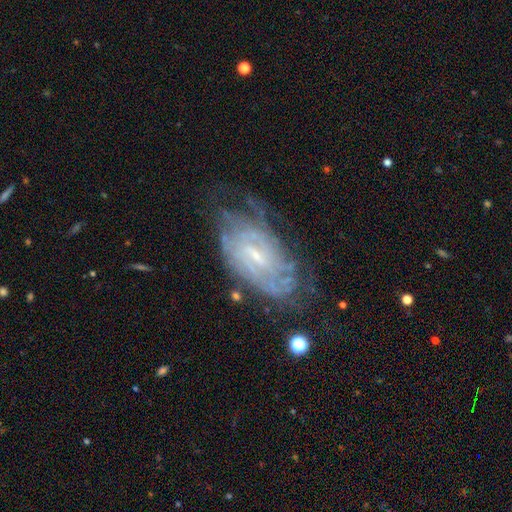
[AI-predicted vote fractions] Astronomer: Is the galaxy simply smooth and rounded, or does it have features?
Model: featured or disk — 79%.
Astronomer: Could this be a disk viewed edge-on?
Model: no — 94%.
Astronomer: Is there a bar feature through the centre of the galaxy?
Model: weak — 55%.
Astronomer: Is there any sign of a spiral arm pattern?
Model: yes — 88%.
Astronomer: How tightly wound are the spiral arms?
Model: tight — 64%.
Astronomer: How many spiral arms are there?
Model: can't tell — 56%.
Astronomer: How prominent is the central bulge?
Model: small — 65%.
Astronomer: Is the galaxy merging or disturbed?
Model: none — 56%.